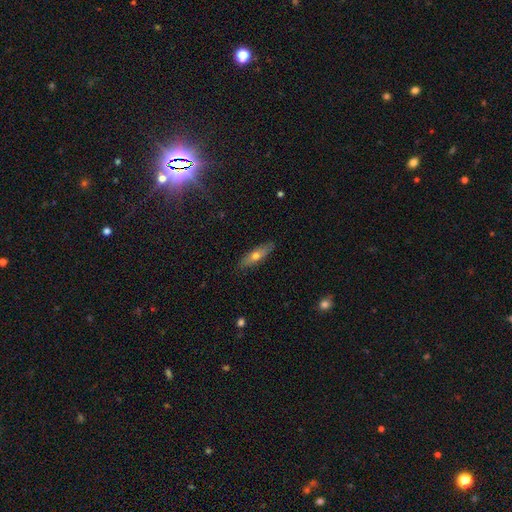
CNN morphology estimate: A smooth galaxy with no disk features (57%) that is cigar-shaped (53%). Merging: none (86%).